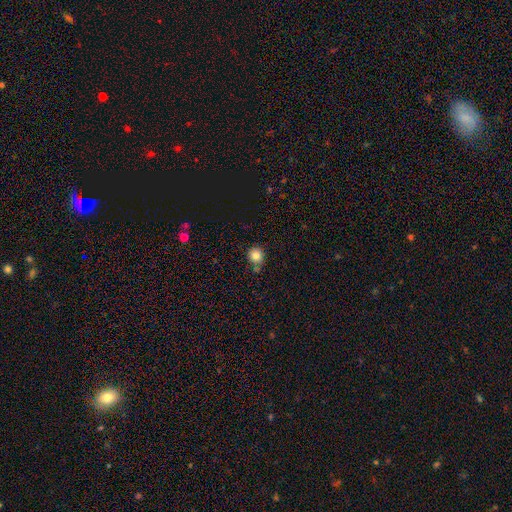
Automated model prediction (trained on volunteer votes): smooth_or_featured: smooth (p=0.82) [alt: star or artifact p=0.11]
how_rounded: round (p=0.88) [alt: in between p=0.11]
merging: none (p=0.73) [alt: minor disturbance p=0.15]